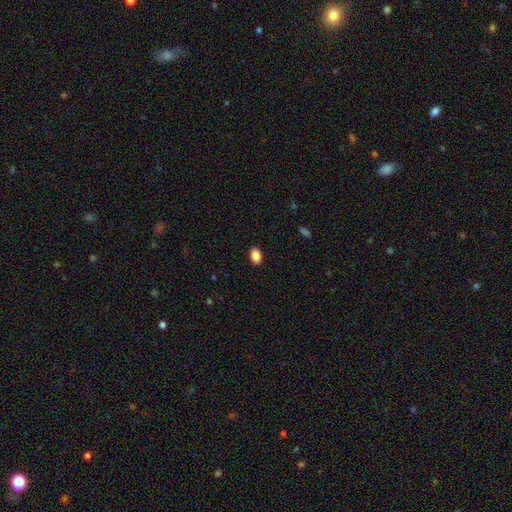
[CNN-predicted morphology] Smooth or featured?
  - smooth: 88% *
  - star or artifact: 8%
  - featured or disk: 4%
How rounded?
  - in between: 88% *
  - round: 11%
  - cigar-shaped: 1%
Merging?
  - none: 89% *
  - minor disturbance: 8%
  - major disturbance: 2%
  - merger: 1%